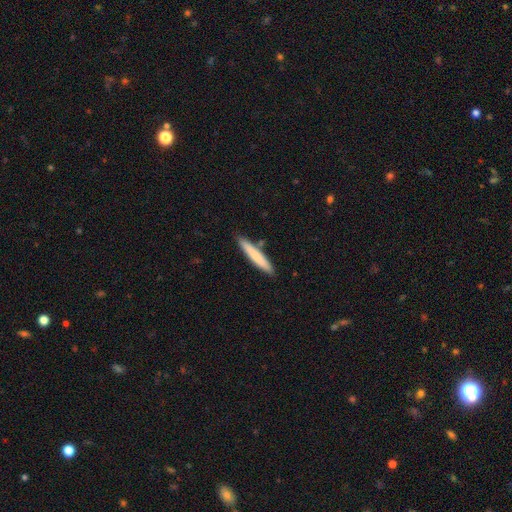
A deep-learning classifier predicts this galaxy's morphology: smooth 75%, featured or disk 19%, star or artifact 5%. Down the decision tree: how rounded — cigar-shaped (94%); merging — none (86%).